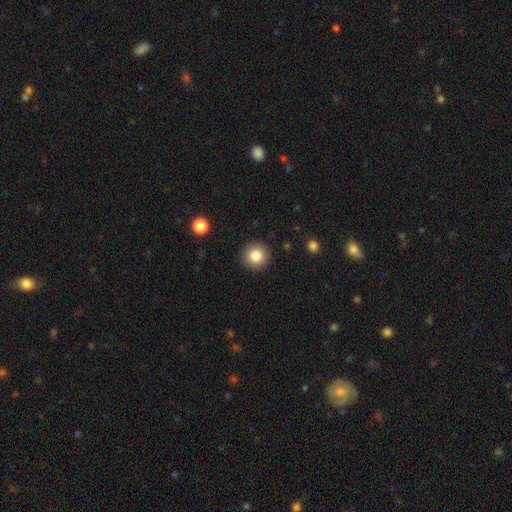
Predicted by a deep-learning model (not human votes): Smooth or featured? smooth (84%)
How rounded? round (94%)
Merging? none (91%)